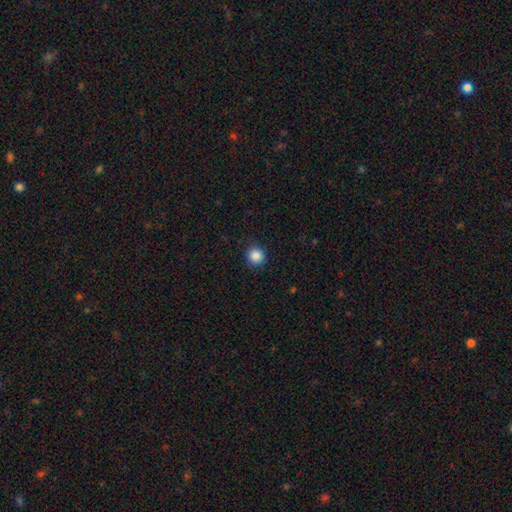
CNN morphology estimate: This is clearly a smooth galaxy (87%). How rounded: clearly round (92%). Merging: clearly none (90%).